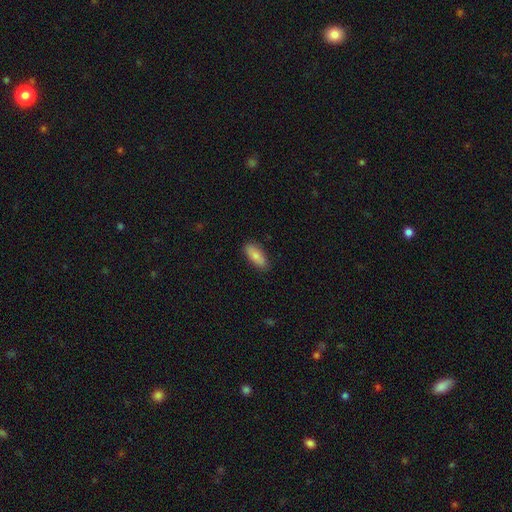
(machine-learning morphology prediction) A smooth galaxy with no disk features (84%) that is in between round and cigar-shaped (79%). Merging: none (86%).